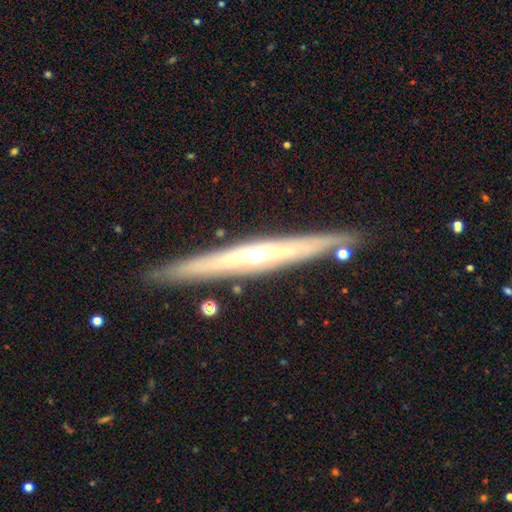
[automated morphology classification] A featured or disk galaxy (77%) viewed edge-on (94%) with a rounded central bulge (68%).

Vote fractions:
- Smooth or featured? featured or disk: 77% / smooth: 17% / star or artifact: 6%
- Edge-on disk? yes: 94% / no: 6%
- Edge-on bulge? rounded: 68% / none: 26% / boxy: 5%
- Merging? none: 88% / minor disturbance: 8% / merger: 2% / major disturbance: 2%